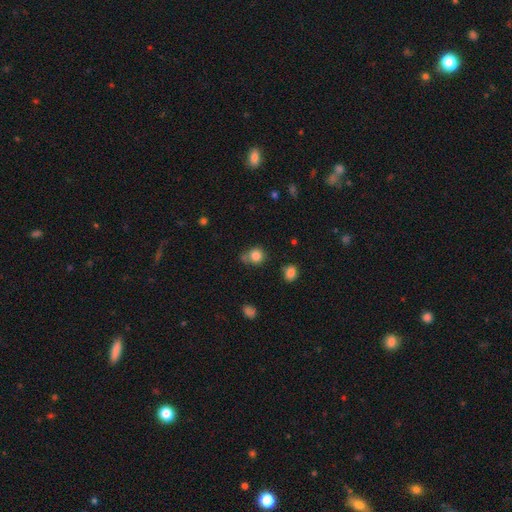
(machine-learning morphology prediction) Smooth or featured?
  - smooth: 83% *
  - star or artifact: 11%
  - featured or disk: 6%
How rounded?
  - round: 84% *
  - in between: 15%
  - cigar-shaped: 1%
Merging?
  - none: 63% *
  - minor disturbance: 19%
  - merger: 12%
  - major disturbance: 6%